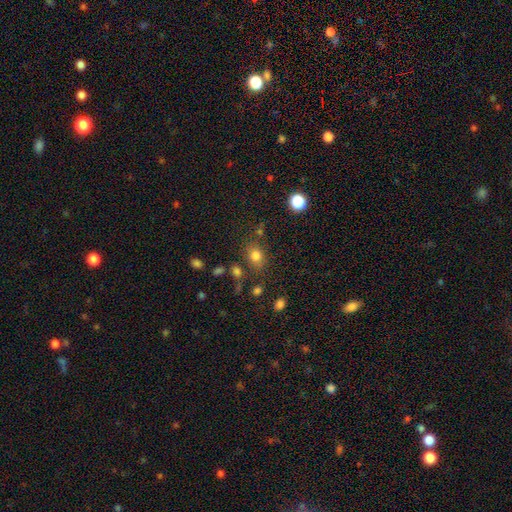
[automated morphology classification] This appears to be a smooth galaxy with no disk features (77%) that is round (54%). Merging: none (73%).